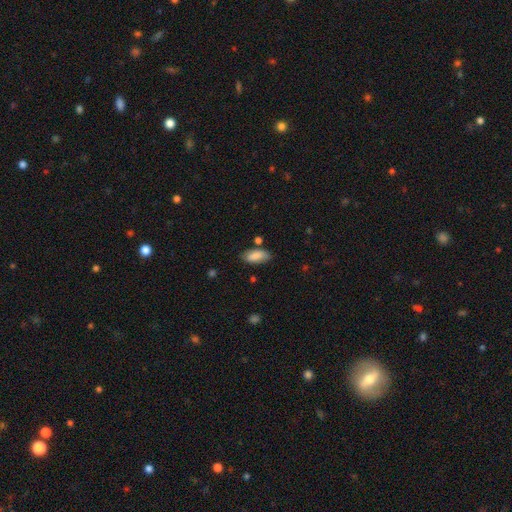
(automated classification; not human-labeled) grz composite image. It shows a smooth galaxy with no disk features (86%) that is in between round and cigar-shaped (86%). Merging: none (77%).